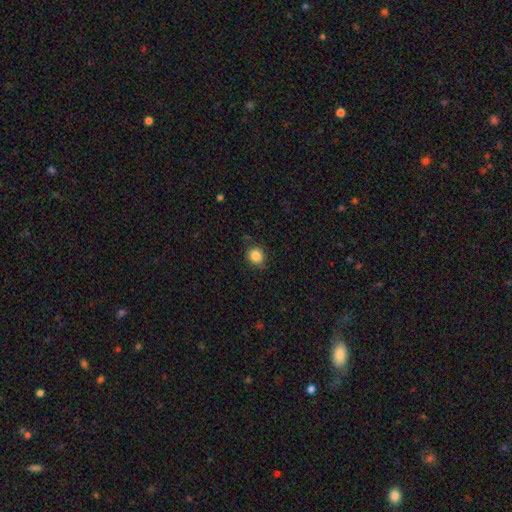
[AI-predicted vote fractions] Smooth or featured?
  - smooth: 85% *
  - star or artifact: 10%
  - featured or disk: 4%
How rounded?
  - round: 86% *
  - in between: 13%
  - cigar-shaped: 1%
Merging?
  - none: 82% *
  - minor disturbance: 14%
  - major disturbance: 3%
  - merger: 2%